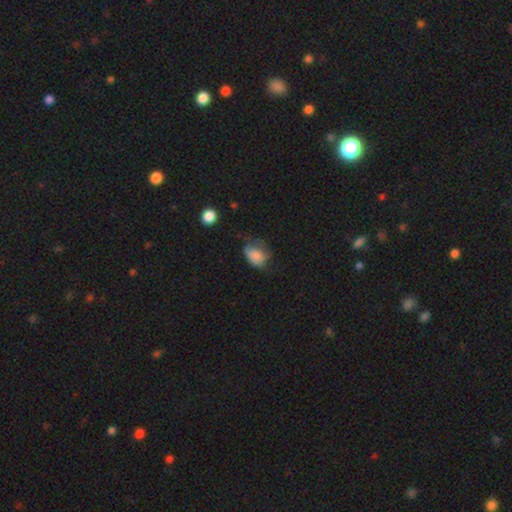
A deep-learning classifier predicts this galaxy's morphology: Q: Smooth or featured?
A: smooth (77%); runner-up: featured or disk (13%)
Q: How rounded?
A: in between (72%); runner-up: round (27%)
Q: Merging?
A: minor disturbance (38%); runner-up: none (30%)